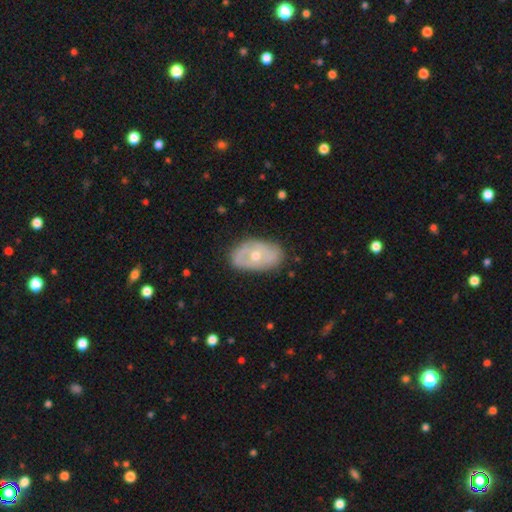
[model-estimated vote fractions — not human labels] Smooth or featured? featured or disk (58%)
Edge-on disk? no (91%)
Bar? no (78%)
Spiral arms? no (60%)
Bulge size? moderate (62%)
Merging? none (75%)